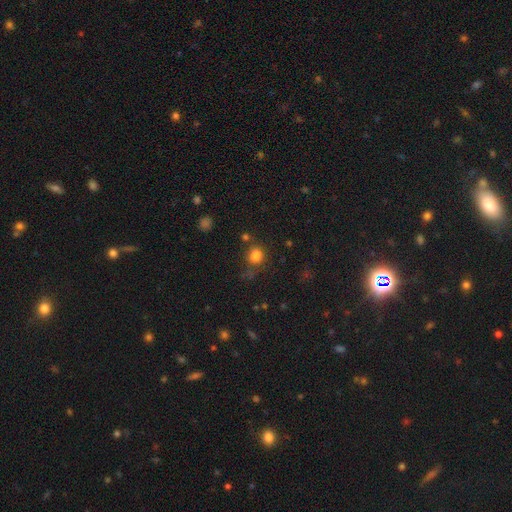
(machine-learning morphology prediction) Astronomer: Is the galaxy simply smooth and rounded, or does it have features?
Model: smooth — 81%.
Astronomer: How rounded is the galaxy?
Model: round — 72%.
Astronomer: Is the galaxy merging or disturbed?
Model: none — 67%.